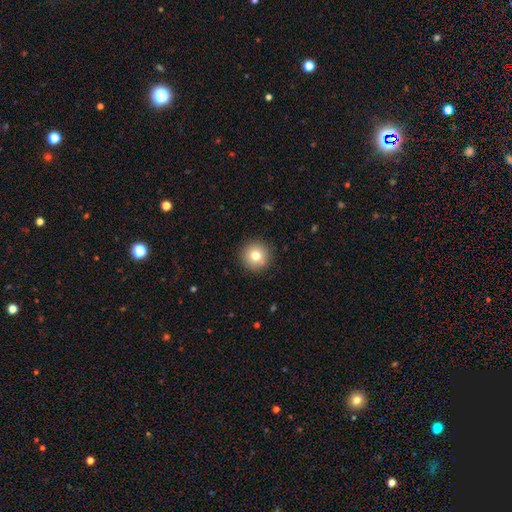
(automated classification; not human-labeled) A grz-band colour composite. It shows a smooth galaxy with no disk features (79%) that is round (95%). Merging: none (91%).